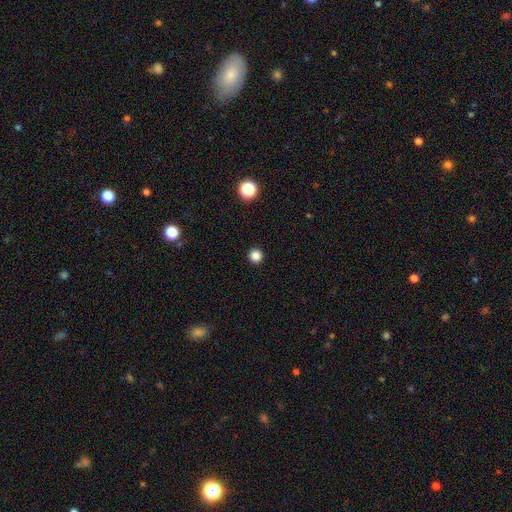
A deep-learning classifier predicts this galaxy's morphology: A smooth galaxy with no disk features (85%) that is round (97%).

Vote fractions:
- Smooth or featured? smooth: 85% / star or artifact: 12% / featured or disk: 3%
- How rounded? round: 97% / in between: 3% / cigar-shaped: 1%
- Merging? none: 94% / minor disturbance: 4% / major disturbance: 1% / merger: 1%